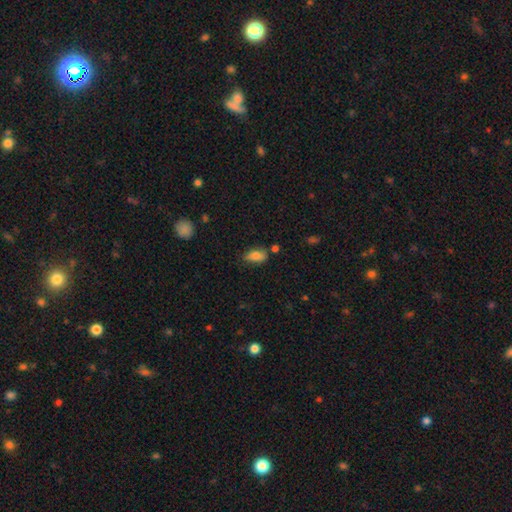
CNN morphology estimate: This is clearly a smooth galaxy (82%). How rounded: clearly in between (86%). Merging: likely none (67%).